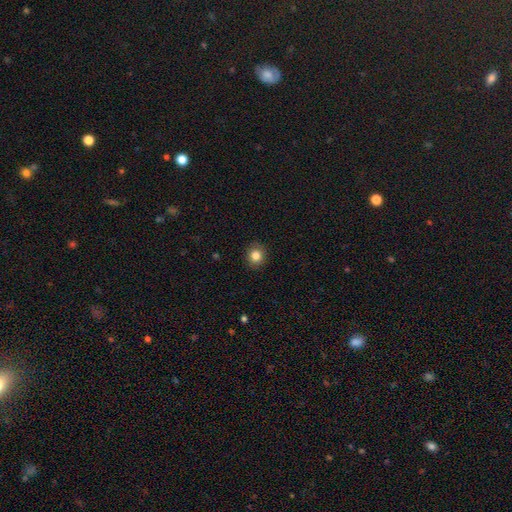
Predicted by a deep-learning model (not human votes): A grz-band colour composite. It shows a smooth galaxy with no disk features (84%) that is round (84%). Merging: none (90%).